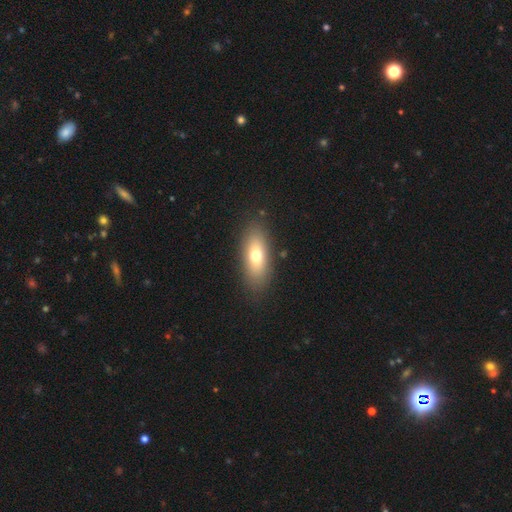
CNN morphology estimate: type=smooth (69%); roundness=in between (78%); merging=none (85%).